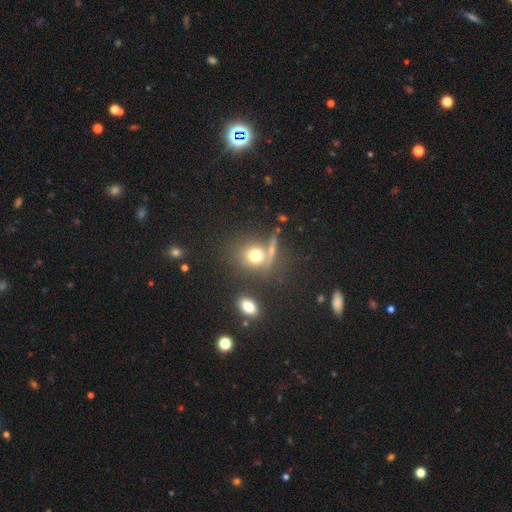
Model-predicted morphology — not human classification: This appears to be a smooth galaxy with no disk features (68%) that is round (80%). Merging: none (60%).